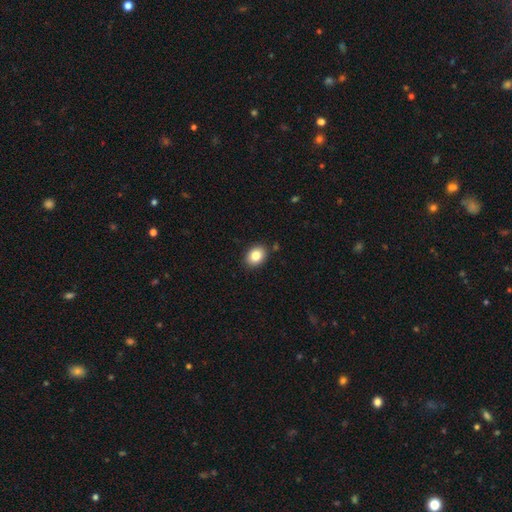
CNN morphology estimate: Overall: smooth (84%). How rounded: in between (61%; round 38%). Merging: none (88%).